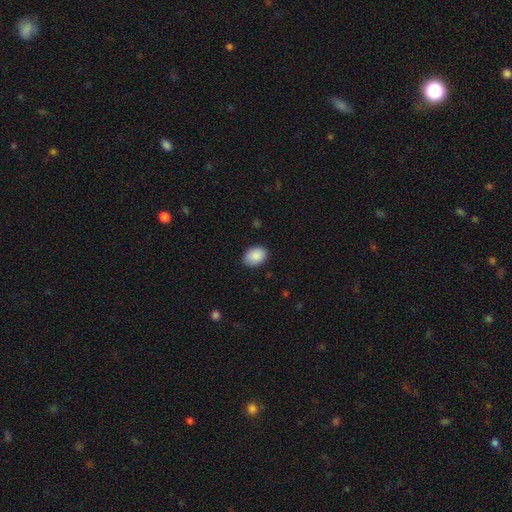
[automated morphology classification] Smooth or featured? Predicted: smooth (p=0.90). How rounded? Predicted: in between (p=0.80). Merging? Predicted: none (p=0.85).